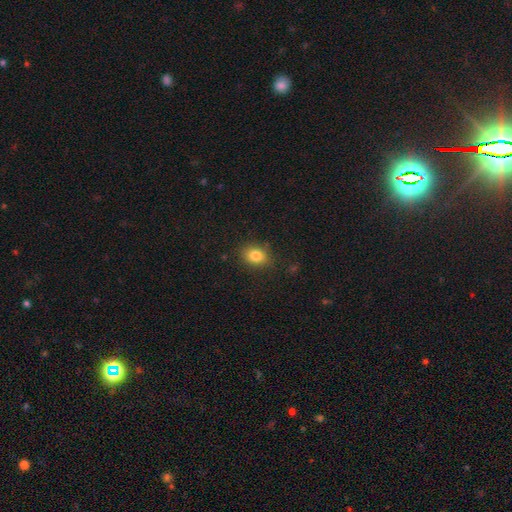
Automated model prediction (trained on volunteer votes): Morphology: type=smooth (82%); roundness=in between (58%); merging=none (84%).